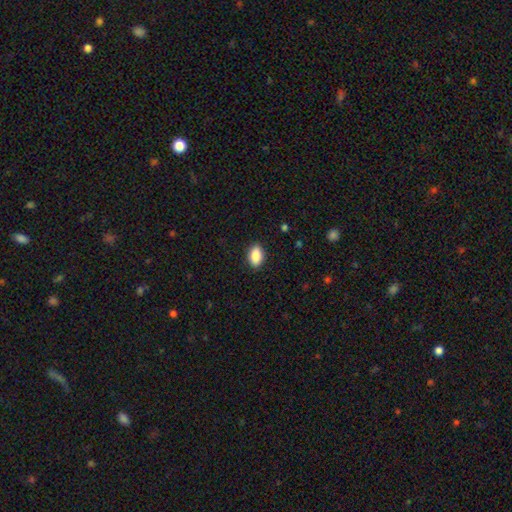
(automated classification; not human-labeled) smooth 89%, star or artifact 7%, featured or disk 4%. Down the decision tree: how rounded — in between (91%); merging — none (89%).